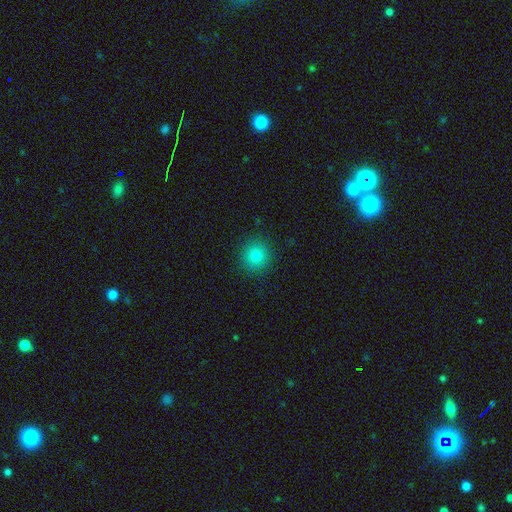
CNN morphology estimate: type=smooth (81%); roundness=round (93%); merging=none (91%).